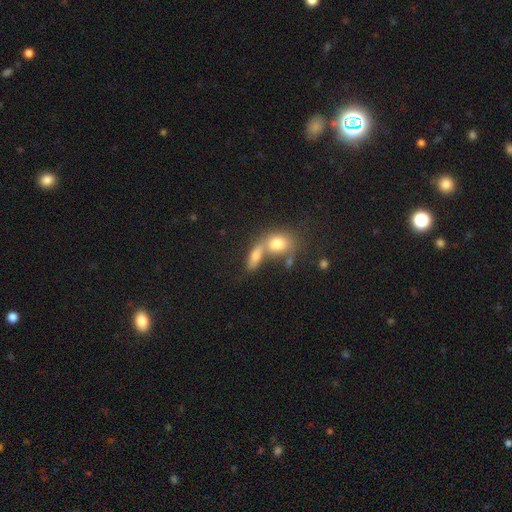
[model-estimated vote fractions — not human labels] smooth_or_featured: smooth (p=0.73) [alt: featured or disk p=0.17]
how_rounded: in between (p=0.70) [alt: cigar-shaped p=0.17]
merging: merger (p=0.53) [alt: none p=0.32]